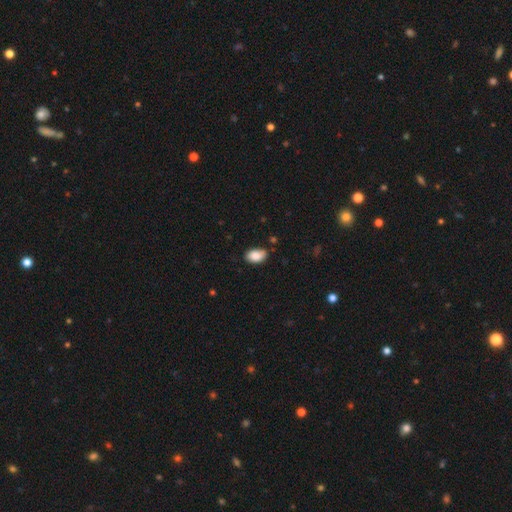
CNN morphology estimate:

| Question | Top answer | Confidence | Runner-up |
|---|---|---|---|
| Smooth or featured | smooth | 88% | star or artifact (7%) |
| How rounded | in between | 92% | round (6%) |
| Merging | none | 80% | minor disturbance (16%) |